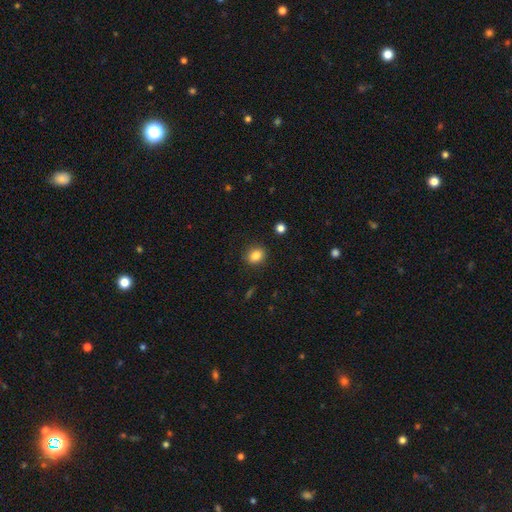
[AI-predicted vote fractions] smooth 84%, star or artifact 10%, featured or disk 6%. Down the decision tree: how rounded — round (56%); merging — none (89%).